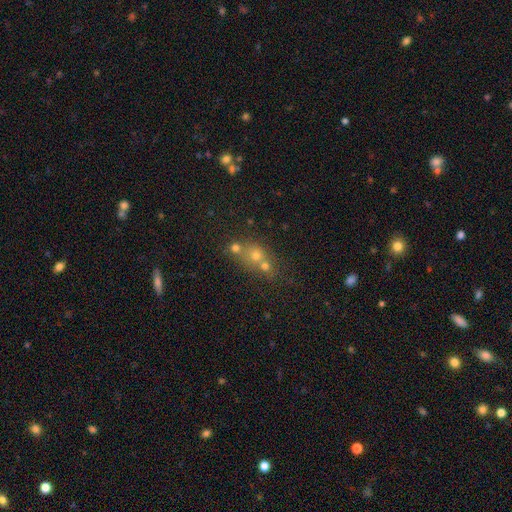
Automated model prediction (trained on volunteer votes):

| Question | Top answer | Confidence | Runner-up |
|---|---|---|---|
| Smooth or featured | smooth | 51% | star or artifact (30%) |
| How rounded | round | 78% | in between (19%) |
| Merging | merger | 46% | none (43%) |